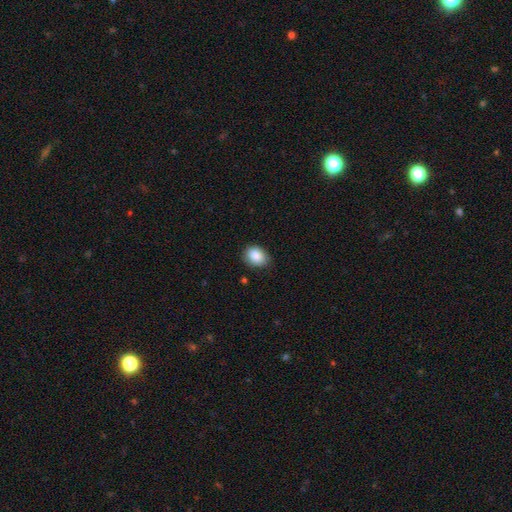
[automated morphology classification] Overall: smooth (87%). How rounded: in between (64%; round 35%). Merging: none (79%).